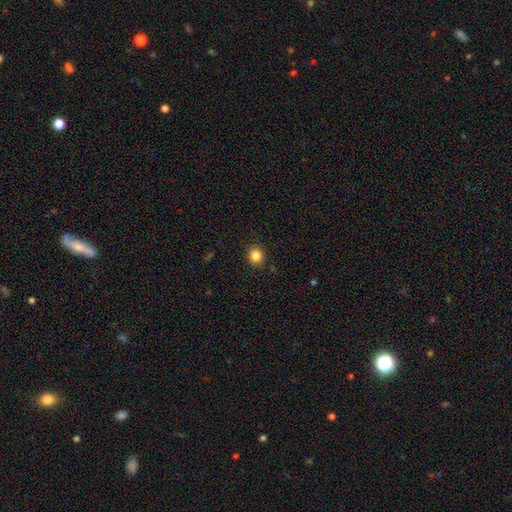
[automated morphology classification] Smooth or featured: smooth — 84% (star or artifact — 11%)
How rounded: round — 81% (in between — 18%)
Merging: none — 90% (minor disturbance — 7%)